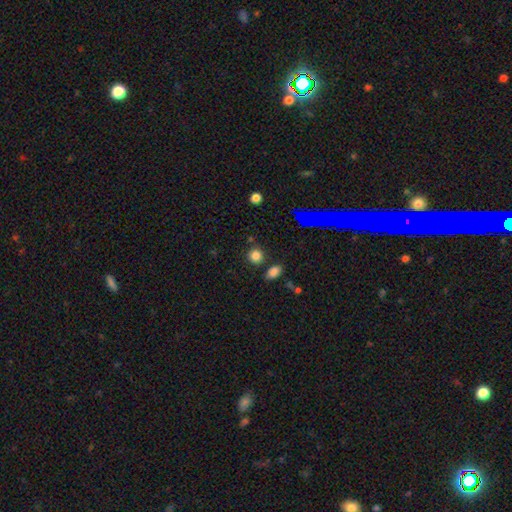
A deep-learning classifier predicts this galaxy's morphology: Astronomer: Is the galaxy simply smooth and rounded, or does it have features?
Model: smooth — 79%.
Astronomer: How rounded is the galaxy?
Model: round — 86%.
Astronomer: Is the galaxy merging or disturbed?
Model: none — 81%.